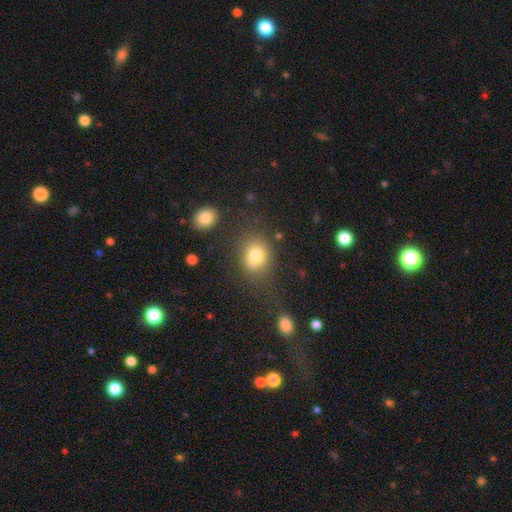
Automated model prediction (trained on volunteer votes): The model was most divided on "how rounded": round: 52%, in between: 47%, cigar-shaped: 1%. More confident: smooth or featured — smooth (78%); merging — none (68%).